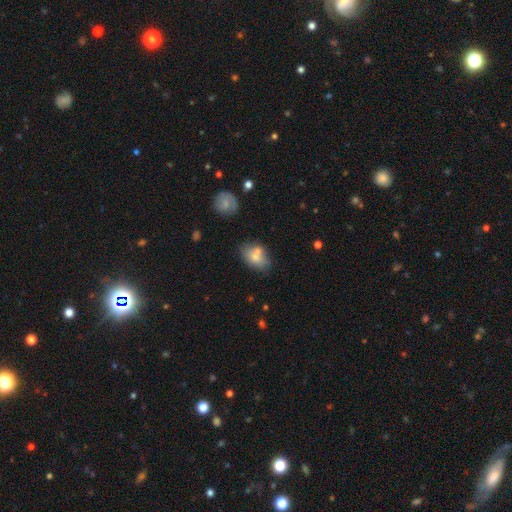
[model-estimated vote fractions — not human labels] smooth-or-featured: smooth: 68% | featured or disk: 23% | star or artifact: 9%
  how-rounded: in between: 77% | round: 21% | cigar-shaped: 2%
  merging: none: 48% | merger: 28% | minor disturbance: 18% | major disturbance: 6%